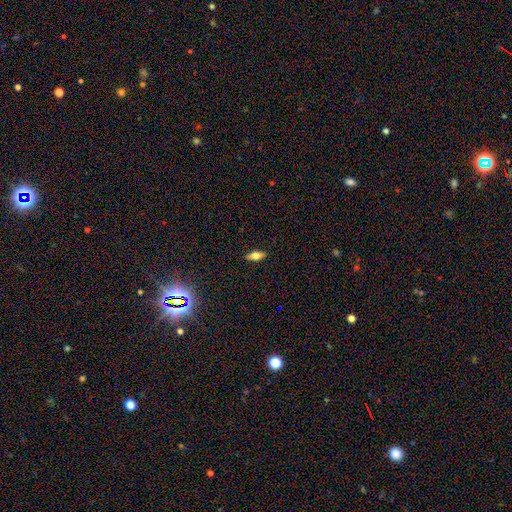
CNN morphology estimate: The model was most divided on "smooth or featured": smooth: 54%, featured or disk: 36%, star or artifact: 10%. More confident: merging — none (89%); how rounded — in between (70%).